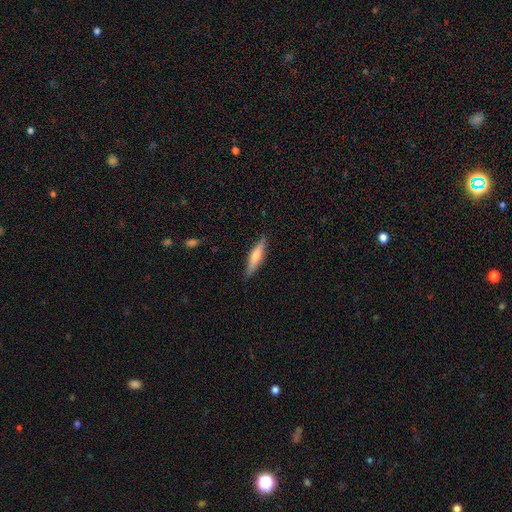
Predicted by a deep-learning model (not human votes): Morphology: type=smooth (54%); roundness=cigar-shaped (80%); merging=none (88%).